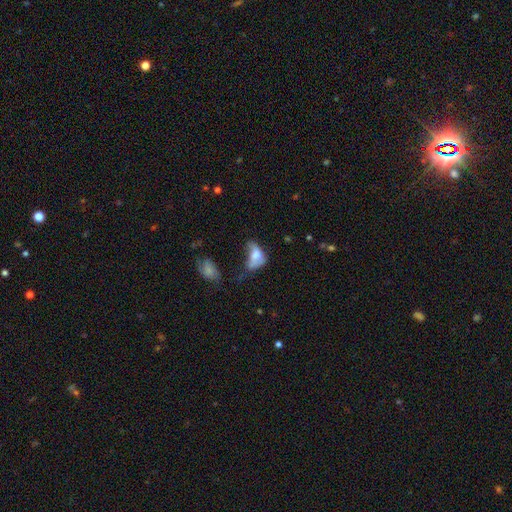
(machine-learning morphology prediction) type=smooth (61%); roundness=in between (85%); merging=major disturbance (41%).